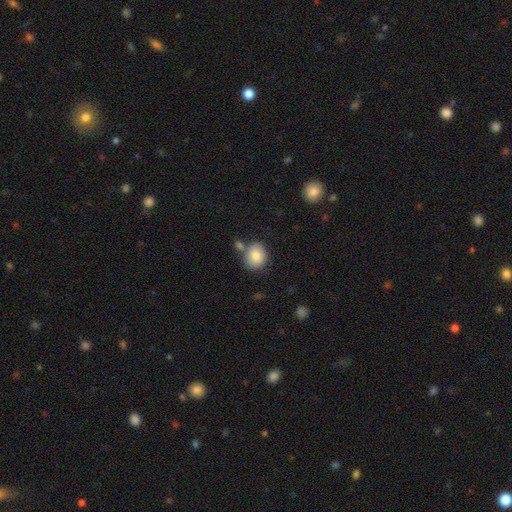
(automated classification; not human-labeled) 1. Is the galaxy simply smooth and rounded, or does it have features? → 81% smooth, 11% featured or disk, 8% star or artifact.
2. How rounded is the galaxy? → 70% round, 29% in between, 1% cigar-shaped.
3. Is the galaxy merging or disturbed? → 66% none, 17% merger, 14% minor disturbance, 4% major disturbance.